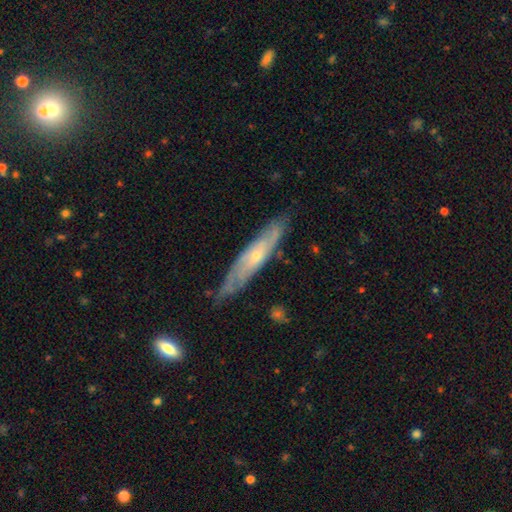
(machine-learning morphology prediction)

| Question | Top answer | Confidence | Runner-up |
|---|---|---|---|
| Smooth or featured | featured or disk | 66% | smooth (26%) |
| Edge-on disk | yes | 64% | no (36%) |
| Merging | none | 80% | minor disturbance (16%) |